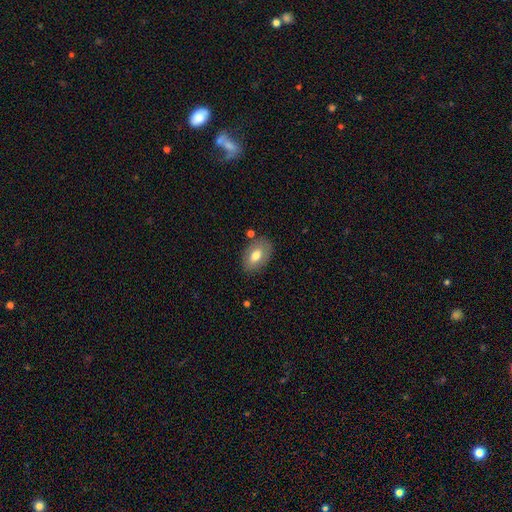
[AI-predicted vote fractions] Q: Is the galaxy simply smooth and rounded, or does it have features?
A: smooth — 72%.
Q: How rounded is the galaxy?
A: in between — 89%.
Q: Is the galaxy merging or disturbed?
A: none — 79%.